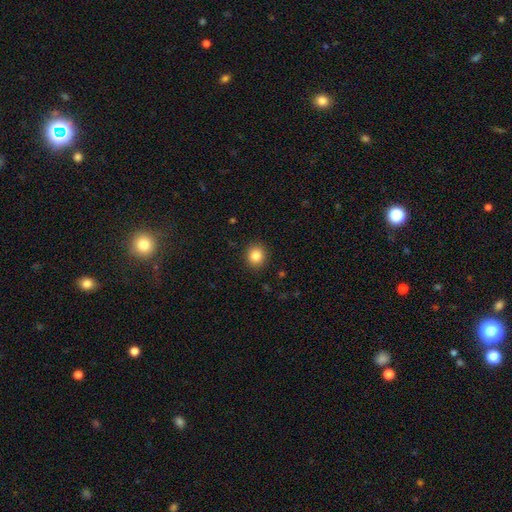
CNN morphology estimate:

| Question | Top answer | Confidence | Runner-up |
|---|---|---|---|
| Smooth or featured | smooth | 85% | star or artifact (10%) |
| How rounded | round | 82% | in between (17%) |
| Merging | none | 91% | minor disturbance (6%) |